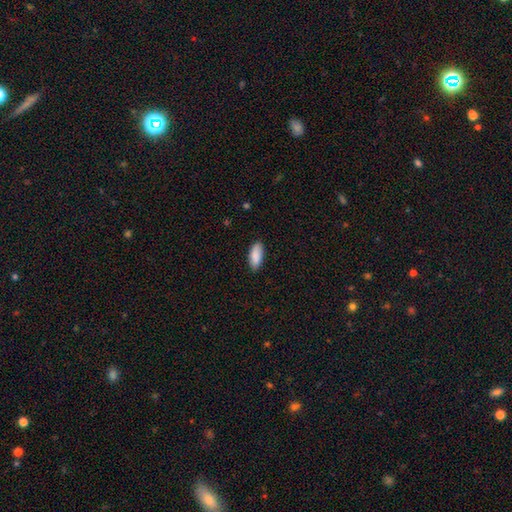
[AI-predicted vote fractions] A smooth galaxy with no disk features (89%) that is in between round and cigar-shaped (81%).

Vote fractions:
- Smooth or featured? smooth: 89% / star or artifact: 6% / featured or disk: 5%
- How rounded? in between: 81% / cigar-shaped: 17% / round: 2%
- Merging? none: 87% / minor disturbance: 10% / major disturbance: 2% / merger: 1%